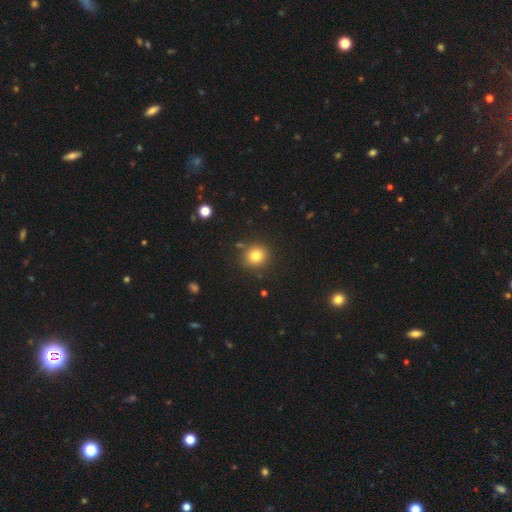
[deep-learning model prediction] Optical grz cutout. It shows a smooth galaxy with no disk features (80%) that is round (88%). Merging: none (86%).